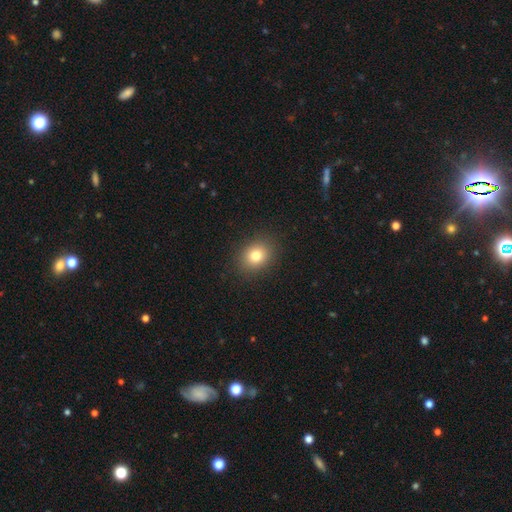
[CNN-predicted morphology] This appears to be a smooth galaxy with no disk features (79%) that is round (54%). Merging: none (89%).